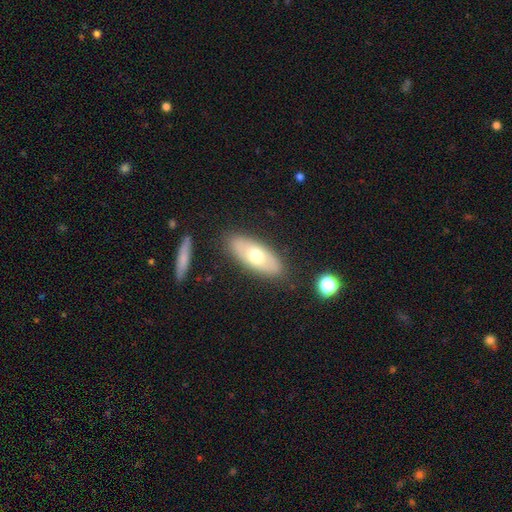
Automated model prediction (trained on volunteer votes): Smooth or featured? Predicted: smooth (p=0.57). How rounded? Predicted: in between (p=0.85). Merging? Predicted: none (p=0.85).